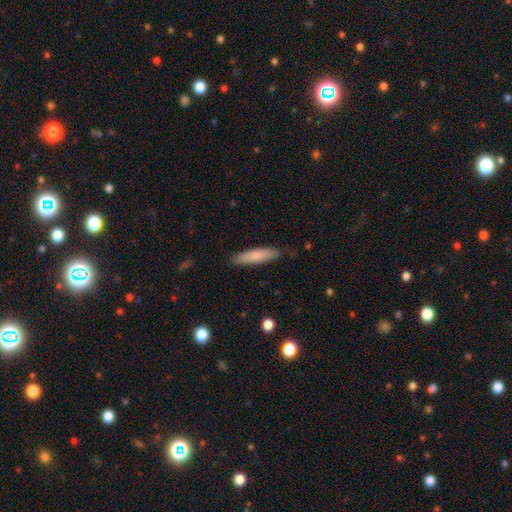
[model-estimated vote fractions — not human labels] Overall: smooth (77%). How rounded: cigar-shaped (79%). Merging: none (86%).